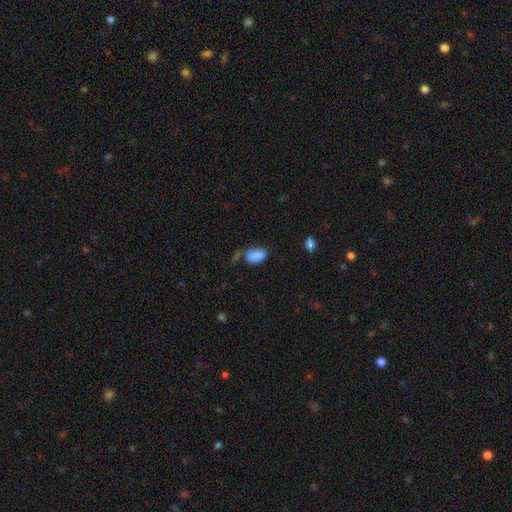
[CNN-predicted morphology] smooth_or_featured: smooth (p=0.82) [alt: star or artifact p=0.10]
how_rounded: in between (p=0.89) [alt: round p=0.09]
merging: none (p=0.45) [alt: minor disturbance p=0.26]